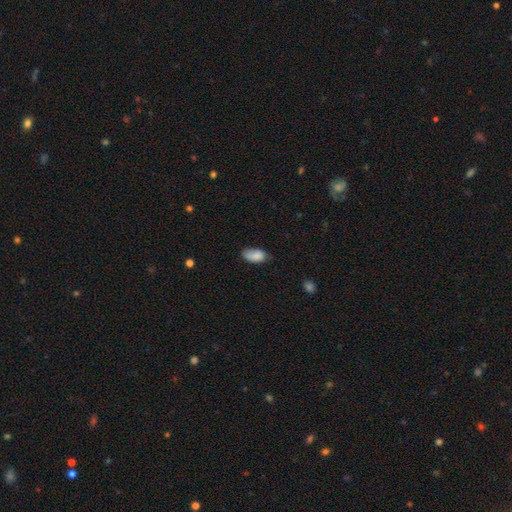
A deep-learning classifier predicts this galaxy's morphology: Smooth or featured? smooth (84%)
How rounded? in between (93%)
Merging? none (58%)